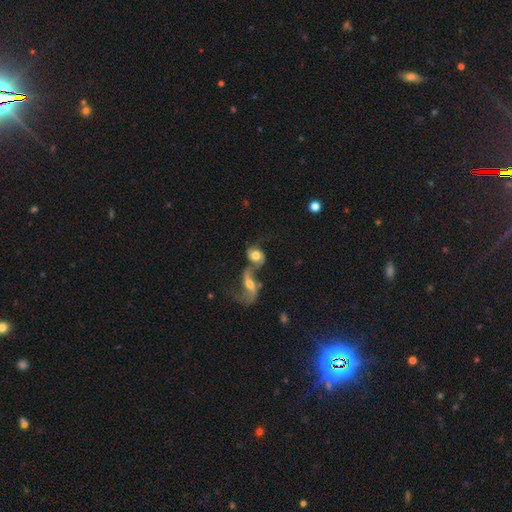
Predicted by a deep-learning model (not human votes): smooth-or-featured: featured or disk: 56% | smooth: 35% | star or artifact: 9%
  disk-edge-on: no: 94% | yes: 6%
    bar: no: 60% | weak: 29% | strong: 11%
    has-spiral-arms: yes: 79% | no: 21%
    bulge-size: moderate: 54% | large: 27% | small: 12% | dominant: 4% | none: 3%
  merging: merger: 66% | none: 16% | major disturbance: 11% | minor disturbance: 7%